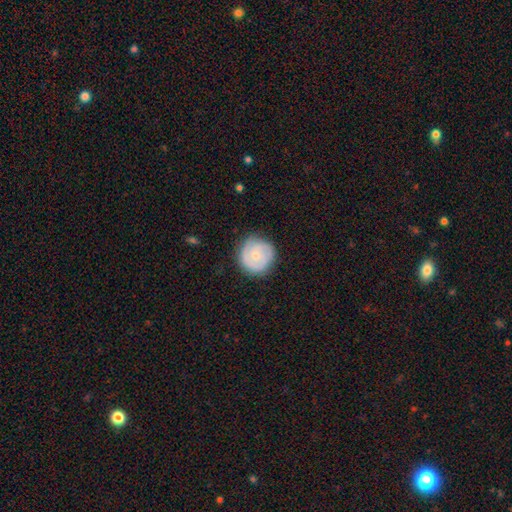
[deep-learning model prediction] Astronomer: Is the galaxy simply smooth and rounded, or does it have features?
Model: featured or disk — 58% (runner-up: smooth, 36%).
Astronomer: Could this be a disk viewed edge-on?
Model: no — 98%.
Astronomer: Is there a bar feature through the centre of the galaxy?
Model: no — 77%.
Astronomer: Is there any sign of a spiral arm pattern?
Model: yes — 83%.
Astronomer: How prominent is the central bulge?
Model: small — 68%.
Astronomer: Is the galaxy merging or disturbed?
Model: none — 80%.